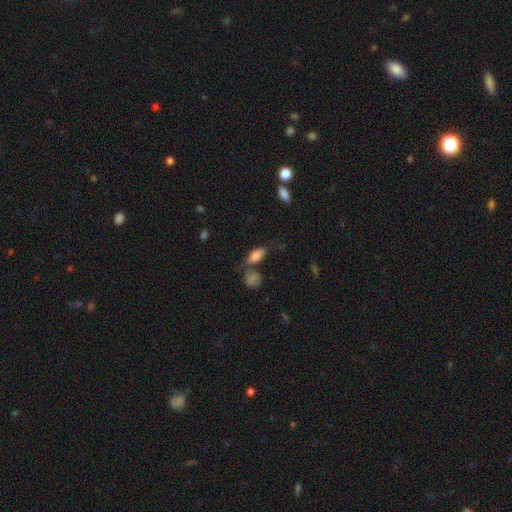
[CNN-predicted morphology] smooth 78%, featured or disk 12%, star or artifact 10%. Down the decision tree: how rounded — in between (86%); merging — none (51%).